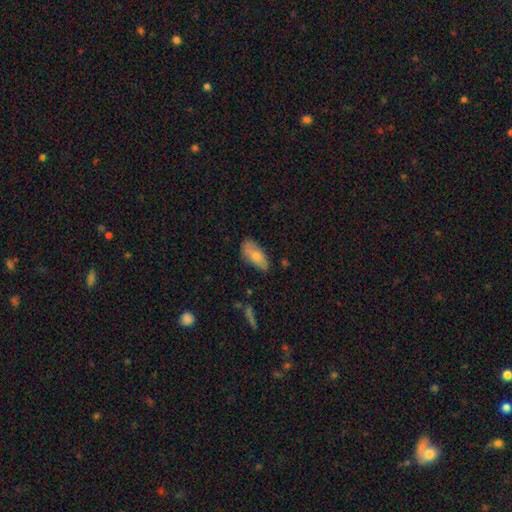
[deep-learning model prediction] smooth 75%, featured or disk 18%, star or artifact 7%. Down the decision tree: how rounded — in between (88%); merging — none (64%).